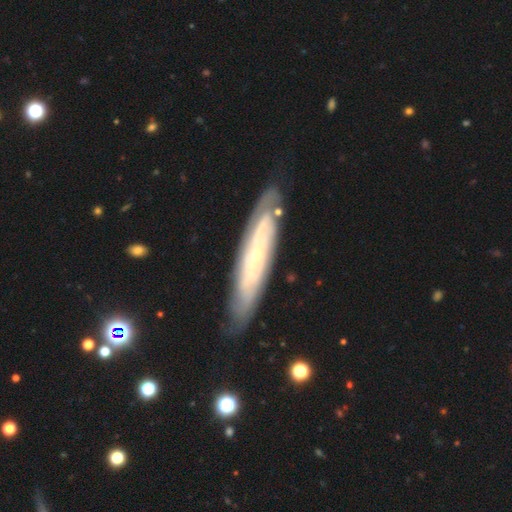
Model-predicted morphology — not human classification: Q: Smooth or featured?
A: featured or disk (74%); runner-up: smooth (20%)
Q: Edge-on disk?
A: no (64%); runner-up: yes (36%)
Q: Merging?
A: none (81%); runner-up: minor disturbance (14%)